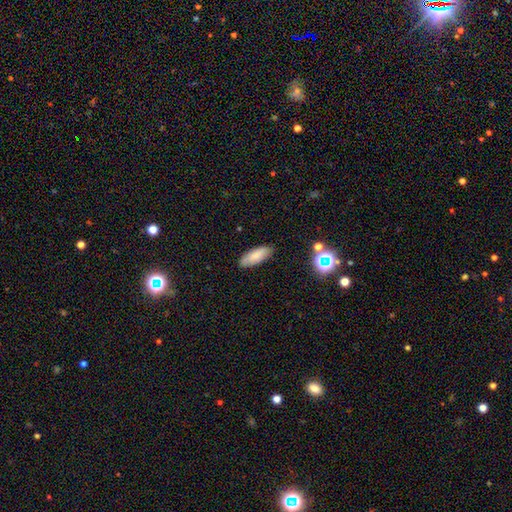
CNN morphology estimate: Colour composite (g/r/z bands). It shows a smooth galaxy with no disk features (82%) that is in between round and cigar-shaped (72%). Merging: none (87%).